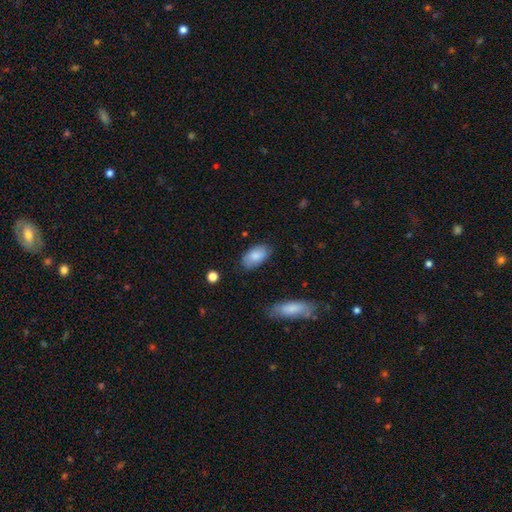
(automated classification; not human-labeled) A smooth galaxy with no disk features (83%) that is in between round and cigar-shaped (94%). Merging: none (80%).